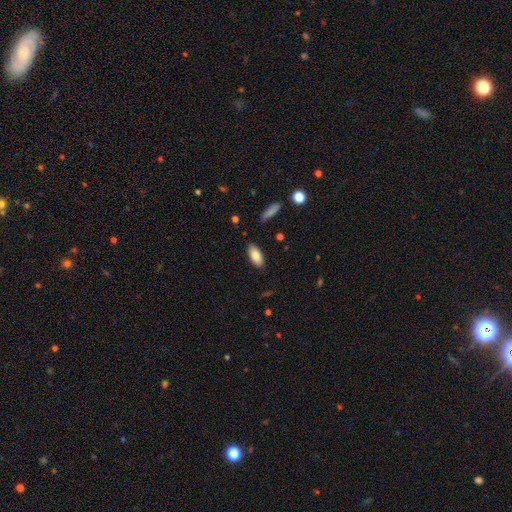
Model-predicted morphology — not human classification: Overall: smooth (84%). How rounded: in between (89%). Merging: none (87%).